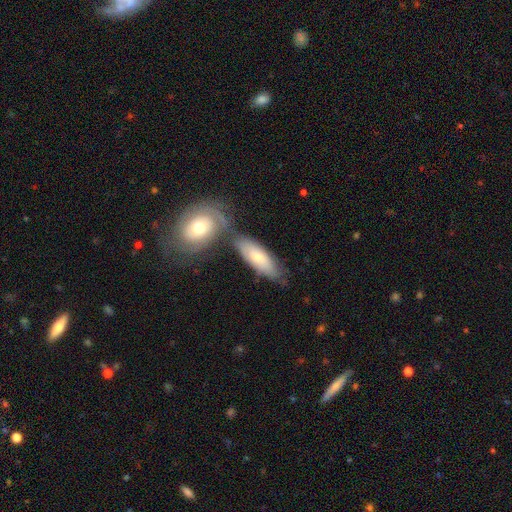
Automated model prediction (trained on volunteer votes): A smooth galaxy with no disk features (54%) that is in between round and cigar-shaped (71%). Merging: none (54%).